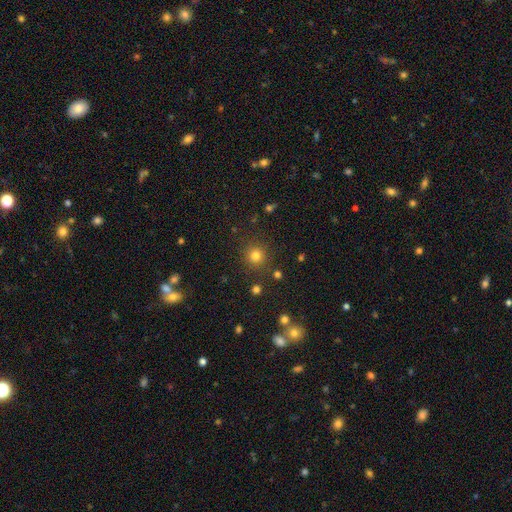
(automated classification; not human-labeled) smooth_or_featured: smooth (p=0.79) [alt: star or artifact p=0.16]
how_rounded: round (p=0.93) [alt: in between p=0.06]
merging: none (p=0.87) [alt: minor disturbance p=0.07]